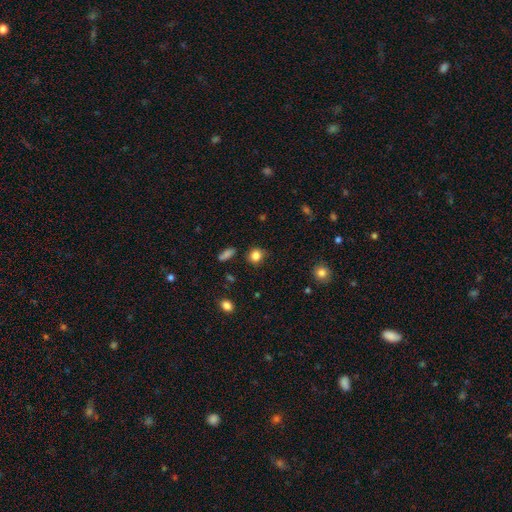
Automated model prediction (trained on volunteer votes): smooth-or-featured: smooth: 84% | star or artifact: 11% | featured or disk: 5%
  how-rounded: round: 77% | in between: 22% | cigar-shaped: 1%
  merging: none: 82% | minor disturbance: 13% | major disturbance: 3% | merger: 2%